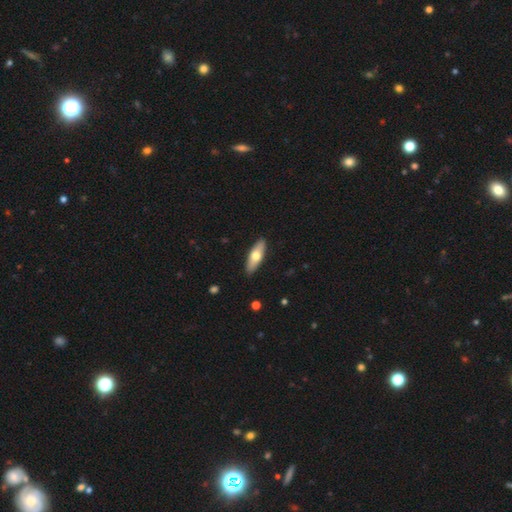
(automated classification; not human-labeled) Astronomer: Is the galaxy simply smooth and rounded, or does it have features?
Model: smooth — 62%.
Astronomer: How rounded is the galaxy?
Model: in between — 56% (runner-up: cigar-shaped, 42%).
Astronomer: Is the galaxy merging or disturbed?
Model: none — 90%.